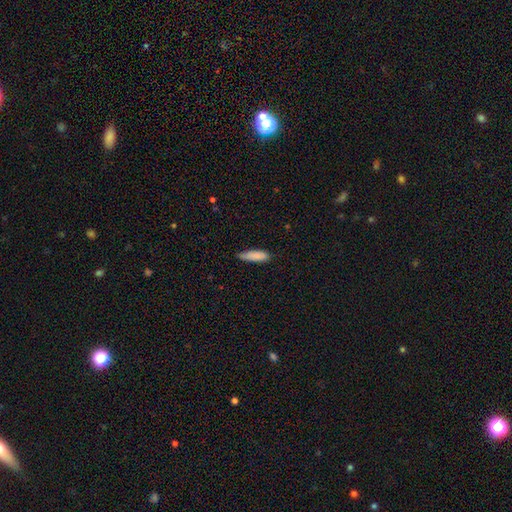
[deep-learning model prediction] This is clearly a smooth galaxy (86%). How rounded: likely cigar-shaped (62%). Merging: likely none (68%).